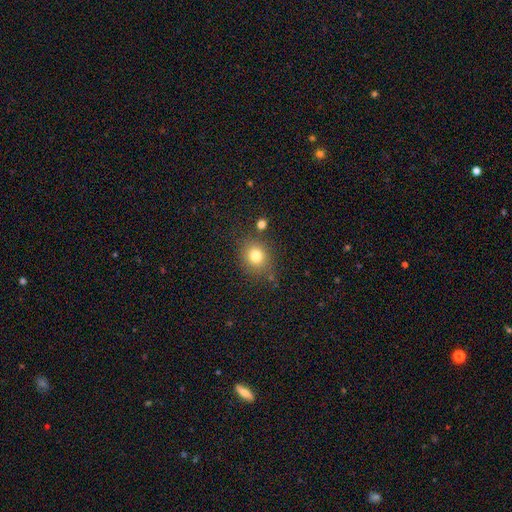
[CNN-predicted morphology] smooth_or_featured: smooth (p=0.79) [alt: star or artifact p=0.13]
how_rounded: round (p=0.70) [alt: in between p=0.29]
merging: none (p=0.76) [alt: minor disturbance p=0.13]